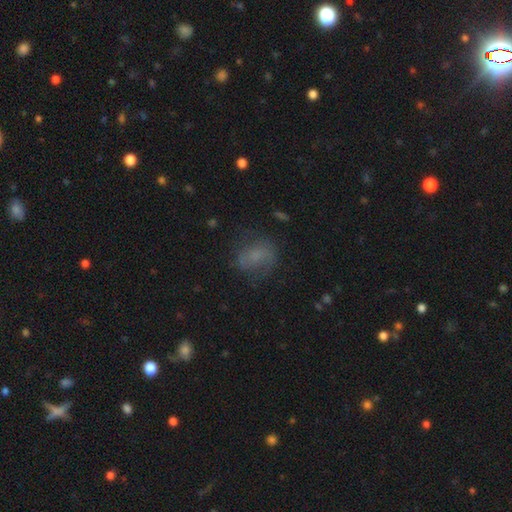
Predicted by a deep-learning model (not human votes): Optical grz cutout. It shows a smooth galaxy with no disk features (57%) that is in between round and cigar-shaped (57%). Merging: none (62%).